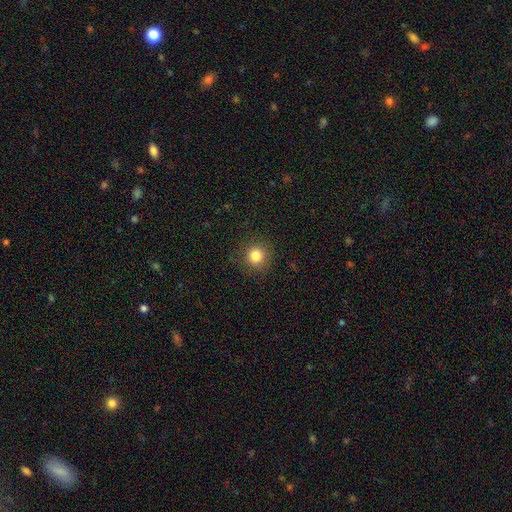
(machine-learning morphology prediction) The model was most divided on "smooth or featured": smooth: 83%, star or artifact: 12%, featured or disk: 6%. More confident: how rounded — round (94%); merging — none (89%).